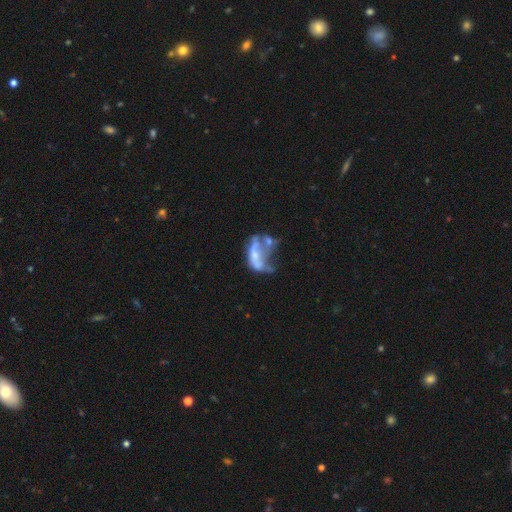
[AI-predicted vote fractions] Smooth or featured? featured or disk (56%)
Edge-on disk? no (95%)
Bar? no (81%)
Spiral arms? no (83%)
Bulge size? none (37%)
Merging? merger (38%)